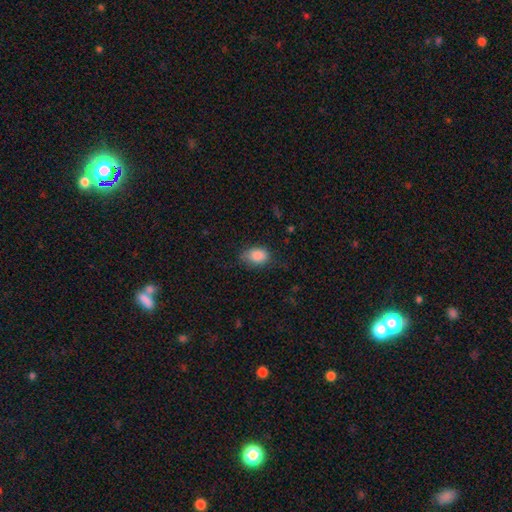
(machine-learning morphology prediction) This appears to be a smooth galaxy with no disk features (87%) that is in between round and cigar-shaped (78%). Merging: none (70%).